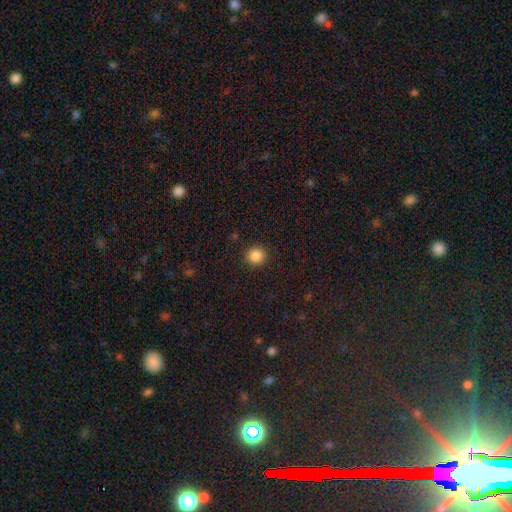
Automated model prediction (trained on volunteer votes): Smooth or featured: smooth — 86% (star or artifact — 11%)
How rounded: round — 90% (in between — 9%)
Merging: none — 91% (minor disturbance — 5%)